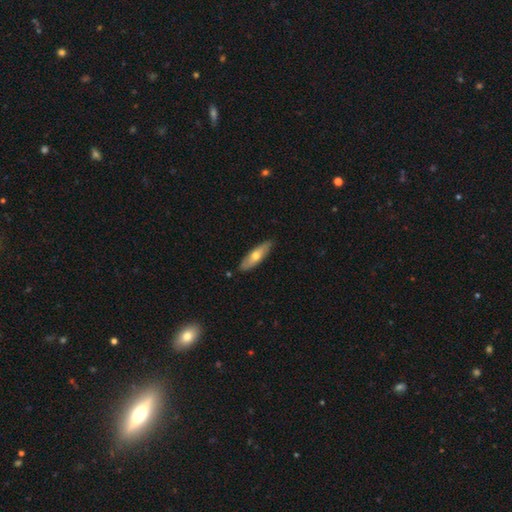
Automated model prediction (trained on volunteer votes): A smooth galaxy with no disk features (57%) that is cigar-shaped (54%). Merging: none (86%).